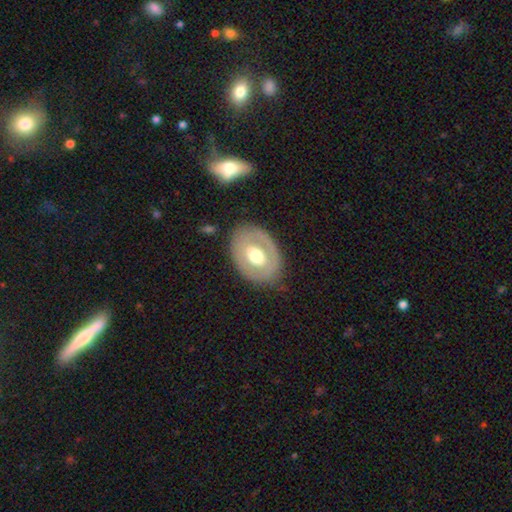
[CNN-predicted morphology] Smooth or featured? featured or disk (52%)
Edge-on disk? no (92%)
Merging? none (78%)